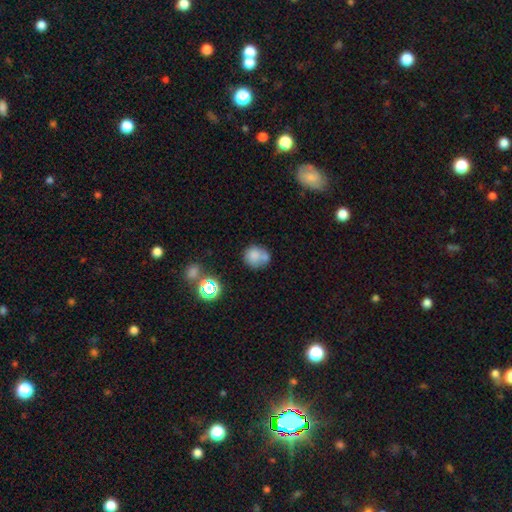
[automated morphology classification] Smooth or featured? smooth (72%)
How rounded? round (81%)
Merging? none (48%)